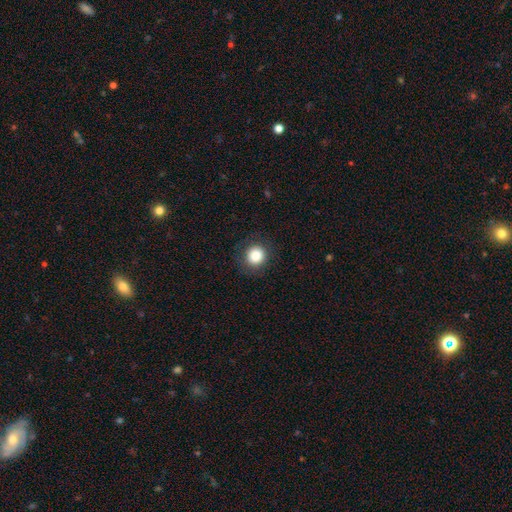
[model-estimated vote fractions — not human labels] Overall: smooth (85%). How rounded: round (92%). Merging: none (89%).